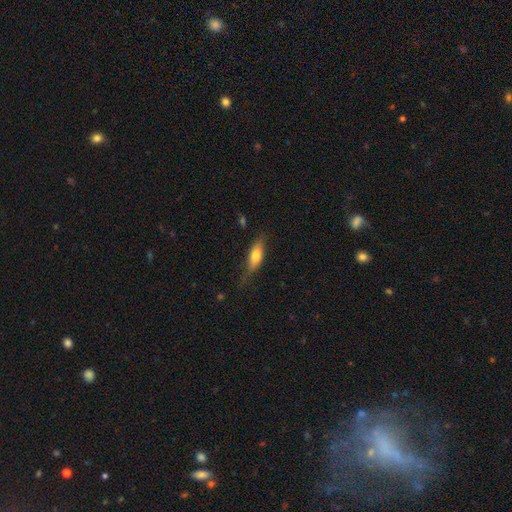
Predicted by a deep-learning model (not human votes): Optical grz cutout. It shows a smooth galaxy with no disk features (69%) that is in between round and cigar-shaped (61%). Merging: none (64%).